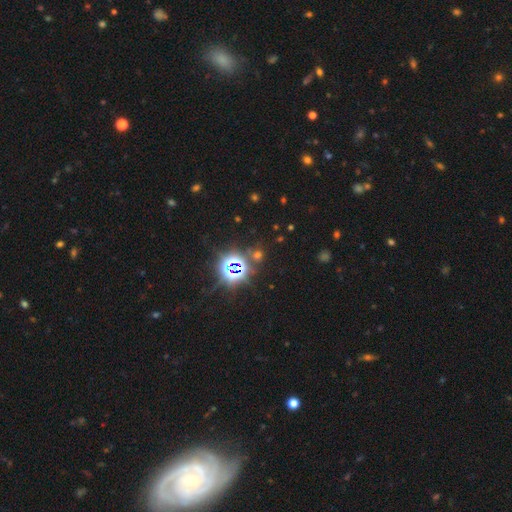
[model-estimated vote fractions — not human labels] Smooth or featured? Predicted: star or artifact (p=0.76).